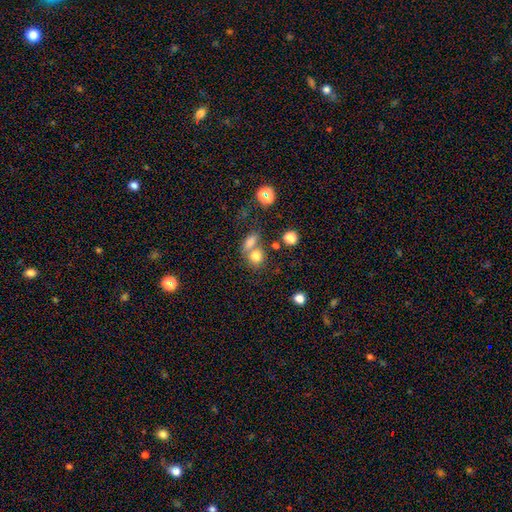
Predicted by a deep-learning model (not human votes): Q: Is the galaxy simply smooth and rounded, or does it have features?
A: smooth — 76%.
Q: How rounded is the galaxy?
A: round — 70%.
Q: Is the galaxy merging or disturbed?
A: merger — 46%.